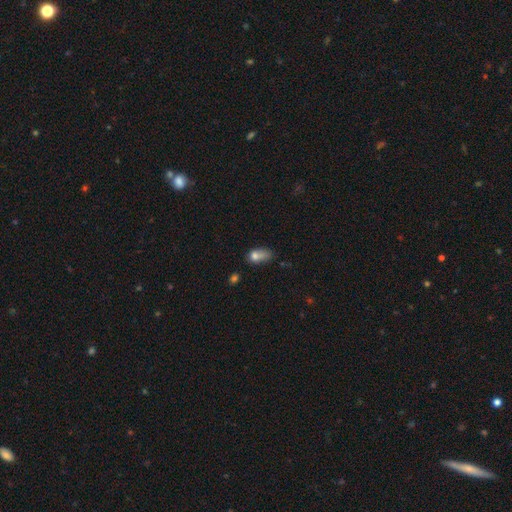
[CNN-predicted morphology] Q: Smooth or featured?
A: smooth (71%); runner-up: featured or disk (16%)
Q: How rounded?
A: in between (74%); runner-up: round (20%)
Q: Merging?
A: minor disturbance (29%); runner-up: major disturbance (27%)